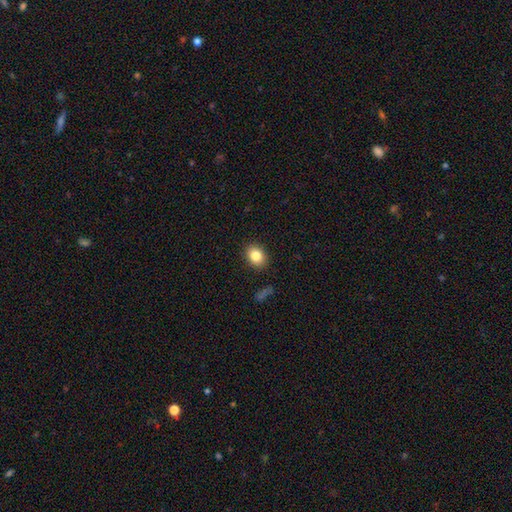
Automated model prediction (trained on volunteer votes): This appears to be a smooth galaxy with no disk features (83%) that is in between round and cigar-shaped (58%). Merging: none (89%).